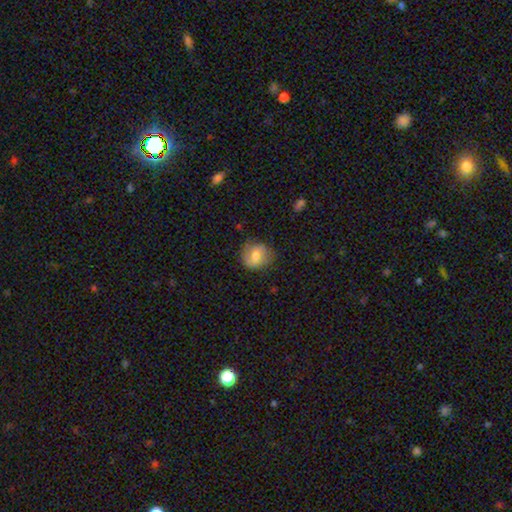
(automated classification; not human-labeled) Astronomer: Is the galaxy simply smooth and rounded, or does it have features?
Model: smooth — 60%.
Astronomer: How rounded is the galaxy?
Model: round — 76%.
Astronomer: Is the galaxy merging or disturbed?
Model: none — 70%.